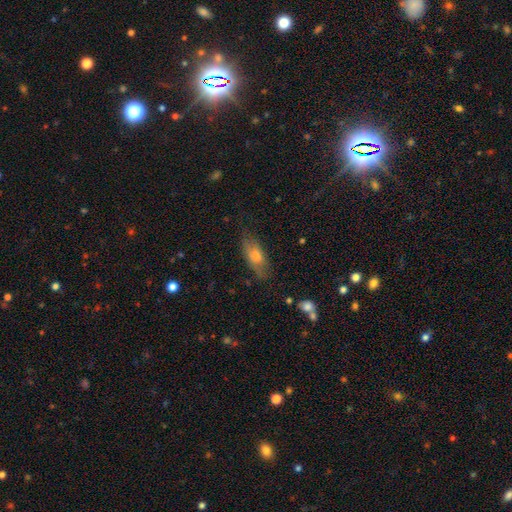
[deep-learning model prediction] smooth 61%, featured or disk 31%, star or artifact 8%. Down the decision tree: how rounded — in between (72%); merging — none (73%).